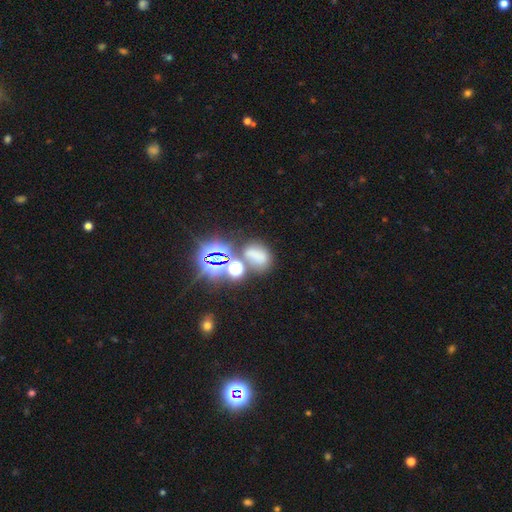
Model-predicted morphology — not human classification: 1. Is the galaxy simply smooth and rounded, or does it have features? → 54% smooth, 35% star or artifact, 11% featured or disk.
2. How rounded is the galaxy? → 59% in between, 39% round, 3% cigar-shaped.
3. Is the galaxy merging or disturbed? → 55% none, 21% merger, 15% minor disturbance, 9% major disturbance.